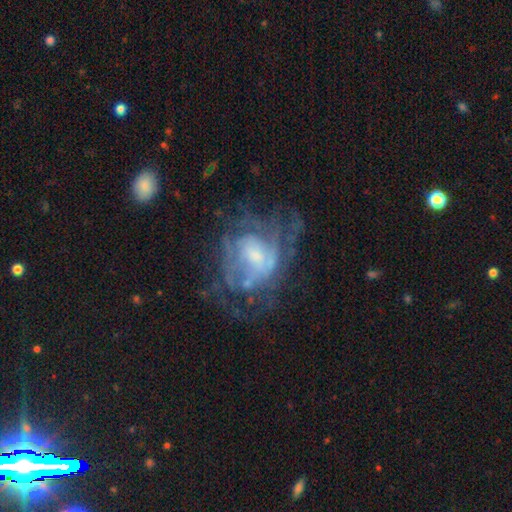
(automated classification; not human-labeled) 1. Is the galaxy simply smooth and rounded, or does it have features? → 76% featured or disk, 15% smooth, 9% star or artifact.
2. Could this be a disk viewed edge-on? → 97% no, 3% yes.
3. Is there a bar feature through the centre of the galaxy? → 65% no, 29% weak, 6% strong.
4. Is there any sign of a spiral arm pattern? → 64% yes, 36% no.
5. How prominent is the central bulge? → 40% moderate, 39% small, 10% none, 9% large, 2% dominant.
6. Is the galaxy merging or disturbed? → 50% none, 27% major disturbance, 20% minor disturbance, 4% merger.